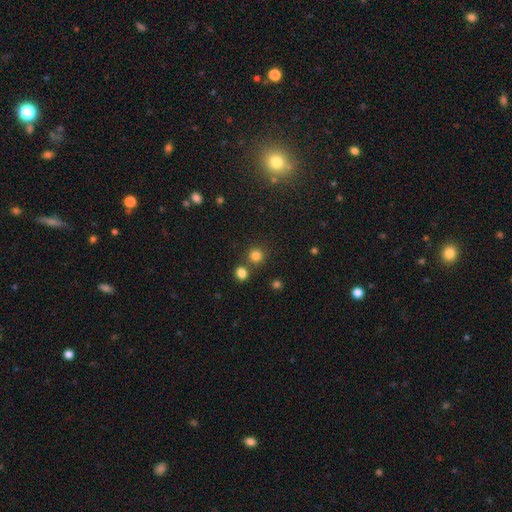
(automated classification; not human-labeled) This is clearly a smooth galaxy (80%). How rounded: clearly round (92%). Merging: likely none (76%).